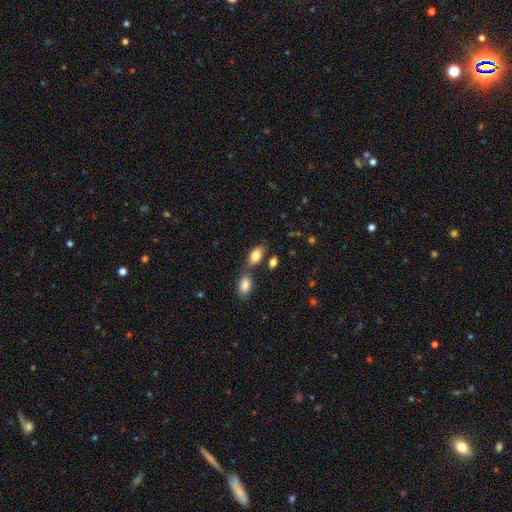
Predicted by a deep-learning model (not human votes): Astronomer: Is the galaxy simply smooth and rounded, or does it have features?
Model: smooth — 82%.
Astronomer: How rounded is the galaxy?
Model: in between — 91%.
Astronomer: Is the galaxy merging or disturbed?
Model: none — 56%.